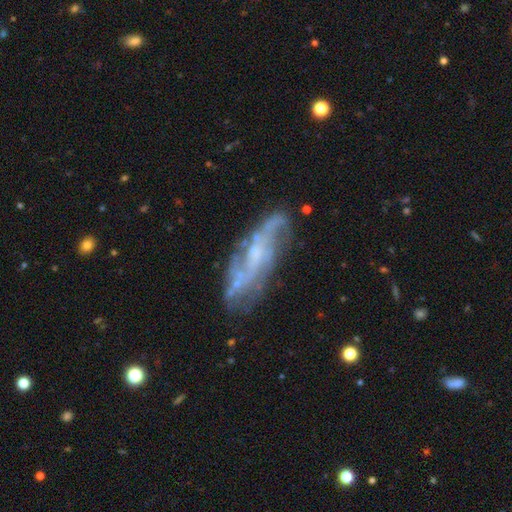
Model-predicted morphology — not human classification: featured or disk 78%, smooth 14%, star or artifact 8%. Down the decision tree: edge-on disk — no (83%); bar — no (52%); spiral arms — yes (86%); spiral arm count — 2 (35%); spiral winding — medium (43%); bulge size — small (51%); merging — none (68%).